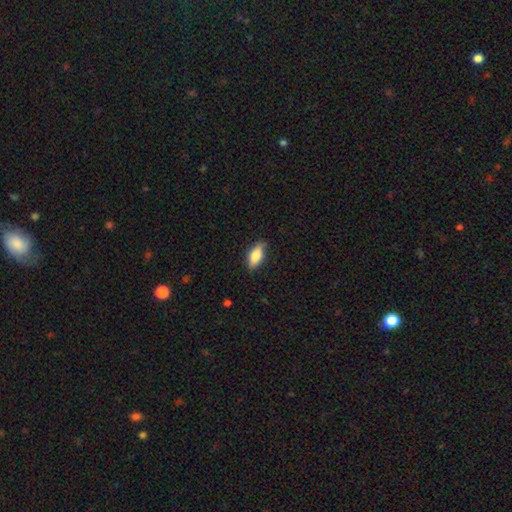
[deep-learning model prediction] Smooth or featured?
  - smooth: 74% *
  - featured or disk: 20%
  - star or artifact: 7%
How rounded?
  - in between: 79% *
  - cigar-shaped: 18%
  - round: 3%
Merging?
  - none: 81% *
  - minor disturbance: 15%
  - major disturbance: 3%
  - merger: 1%